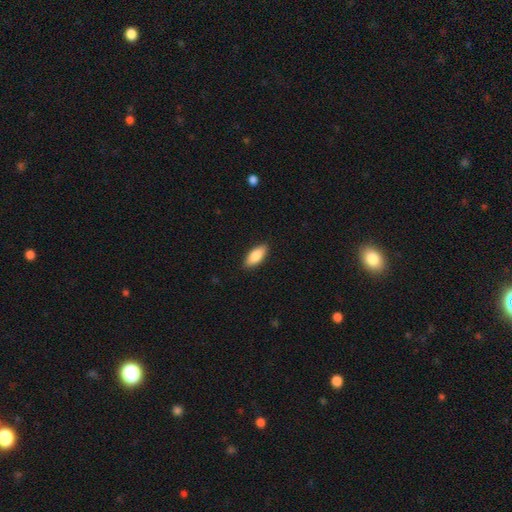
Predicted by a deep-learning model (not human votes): Q: Smooth or featured?
A: smooth (86%); runner-up: featured or disk (9%)
Q: How rounded?
A: in between (84%); runner-up: cigar-shaped (13%)
Q: Merging?
A: none (88%); runner-up: minor disturbance (9%)